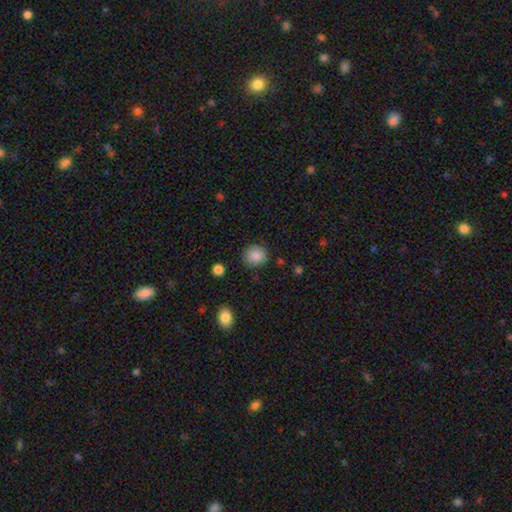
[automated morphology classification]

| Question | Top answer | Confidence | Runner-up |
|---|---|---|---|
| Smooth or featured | smooth | 87% | star or artifact (9%) |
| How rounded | round | 89% | in between (11%) |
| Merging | none | 87% | minor disturbance (9%) |